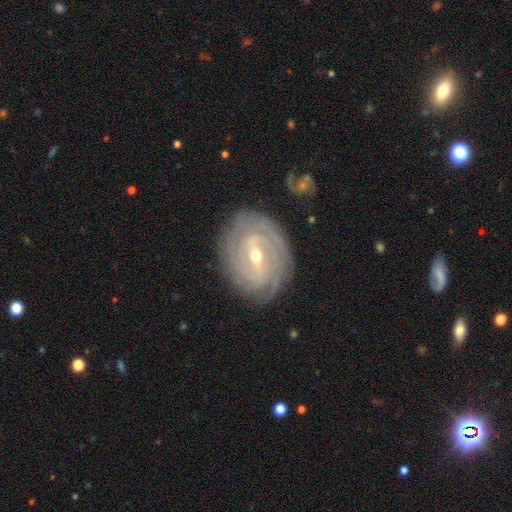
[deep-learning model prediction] The model was most divided on "bulge size": small: 50%, moderate: 48%, large: 1%, none: 1%, dominant: 1%. Remaining: spiral arms — yes (96%); edge-on disk — no (96%); smooth or featured — featured or disk (87%); merging — none (82%); spiral winding — tight (80%); bar — weak (47%); spiral arm count — can't tell (29%).